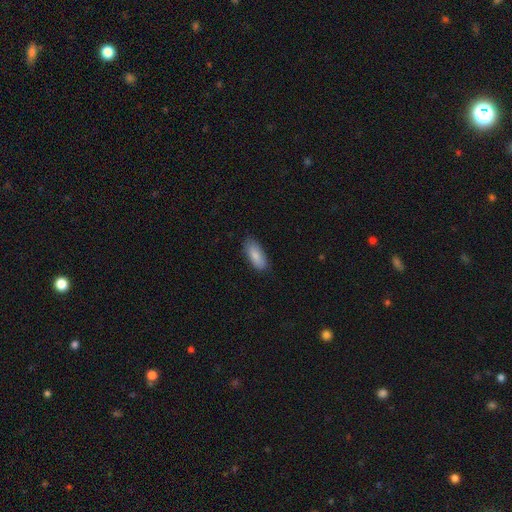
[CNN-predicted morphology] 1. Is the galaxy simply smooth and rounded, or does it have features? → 86% smooth, 8% featured or disk, 6% star or artifact.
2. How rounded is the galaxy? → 82% in between, 16% cigar-shaped, 2% round.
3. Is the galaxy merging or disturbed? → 80% none, 16% minor disturbance, 3% major disturbance, 1% merger.